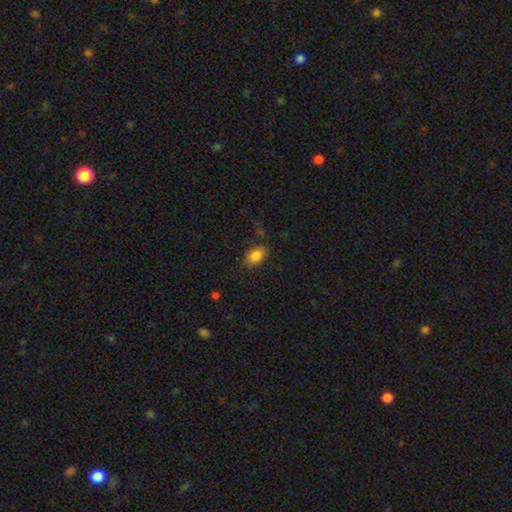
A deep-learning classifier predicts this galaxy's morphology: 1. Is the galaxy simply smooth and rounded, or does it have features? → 83% smooth, 9% star or artifact, 8% featured or disk.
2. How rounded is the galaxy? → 86% in between, 13% round, 2% cigar-shaped.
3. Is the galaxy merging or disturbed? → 77% none, 17% minor disturbance, 4% major disturbance, 2% merger.